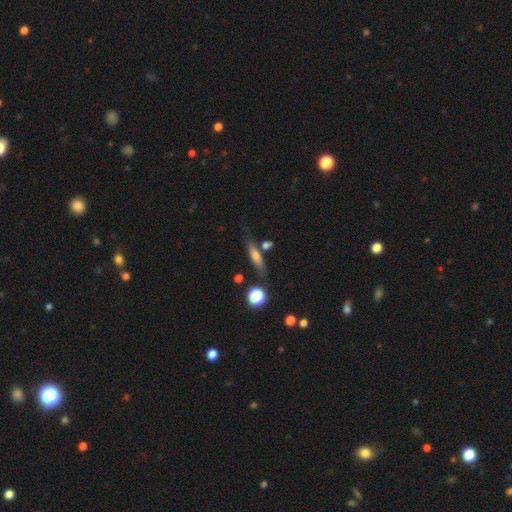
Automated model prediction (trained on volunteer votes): This appears to be a smooth galaxy with no disk features (57%) that is cigar-shaped (71%). Merging: none (72%).